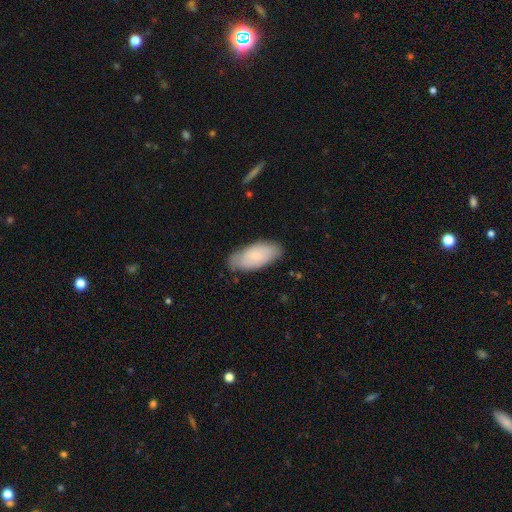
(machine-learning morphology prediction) The model was most divided on "smooth or featured": smooth: 68%, featured or disk: 25%, star or artifact: 6%. More confident: how rounded — in between (90%); merging — none (72%).